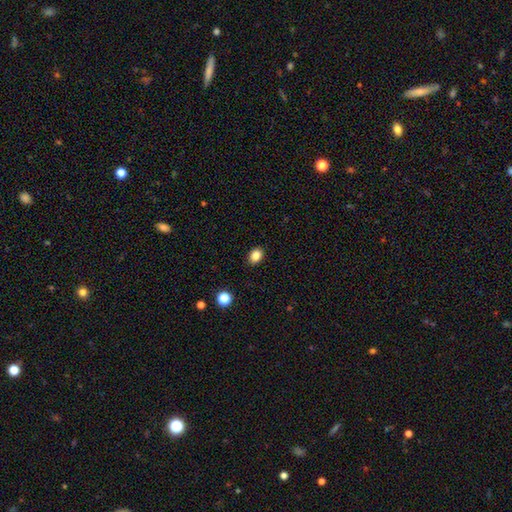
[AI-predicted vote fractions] Morphology: type=smooth (85%); roundness=in between (70%); merging=none (89%).